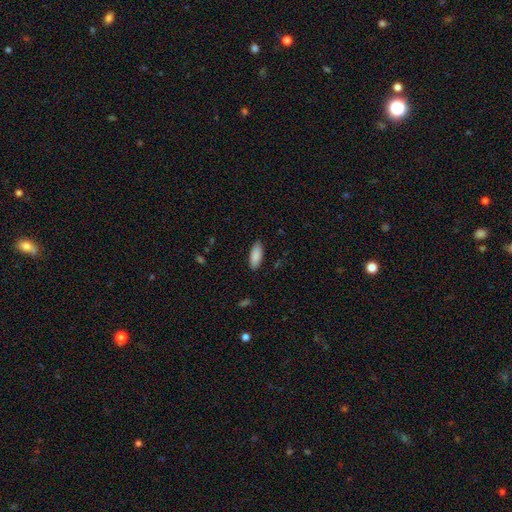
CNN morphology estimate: Smooth or featured?
  - smooth: 90% *
  - star or artifact: 6%
  - featured or disk: 4%
How rounded?
  - in between: 82% *
  - cigar-shaped: 17%
  - round: 2%
Merging?
  - none: 88% *
  - minor disturbance: 9%
  - major disturbance: 2%
  - merger: 1%